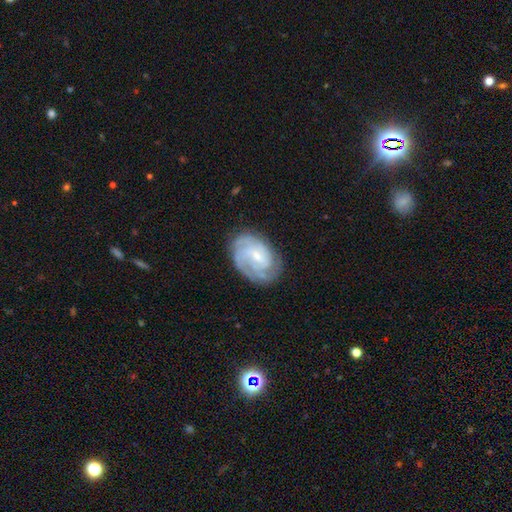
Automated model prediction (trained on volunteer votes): Q: Smooth or featured?
A: featured or disk (81%); runner-up: smooth (13%)
Q: Edge-on disk?
A: no (97%); runner-up: yes (3%)
Q: Bar?
A: weak (50%); runner-up: no (39%)
Q: Spiral arms?
A: yes (95%); runner-up: no (5%)
Q: Spiral winding?
A: tight (65%); runner-up: medium (28%)
Q: Spiral arm count?
A: can't tell (33%); runner-up: 3 (24%)
Q: Bulge size?
A: small (67%); runner-up: moderate (27%)
Q: Merging?
A: none (75%); runner-up: minor disturbance (18%)